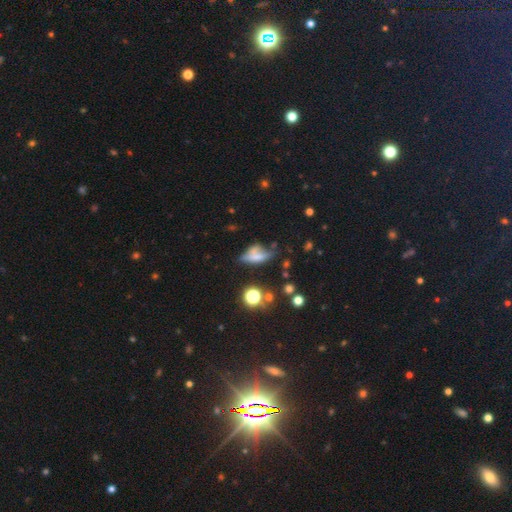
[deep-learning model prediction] smooth 48%, featured or disk 35%, star or artifact 18%. Down the decision tree: merging — none (29%).